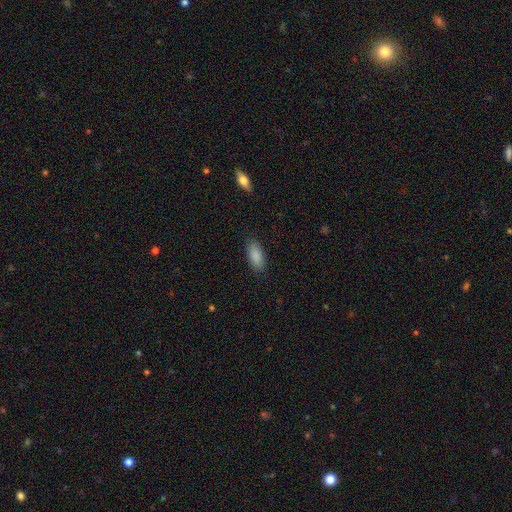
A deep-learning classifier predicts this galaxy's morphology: Smooth or featured: smooth — 89% (star or artifact — 6%)
How rounded: in between — 84% (cigar-shaped — 14%)
Merging: none — 87% (minor disturbance — 9%)